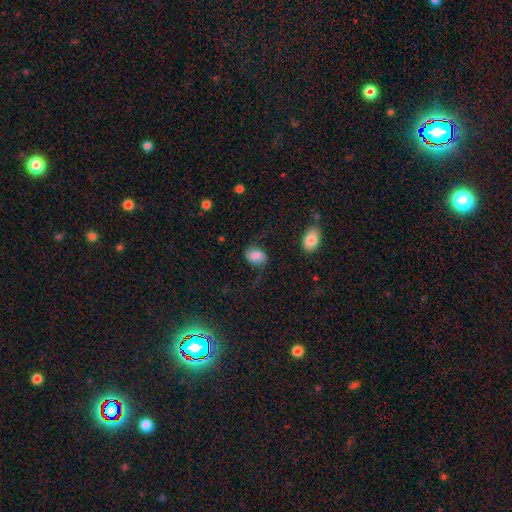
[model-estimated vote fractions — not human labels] A smooth galaxy with no disk features (69%) that is in between round and cigar-shaped (73%). Merging: none (60%).